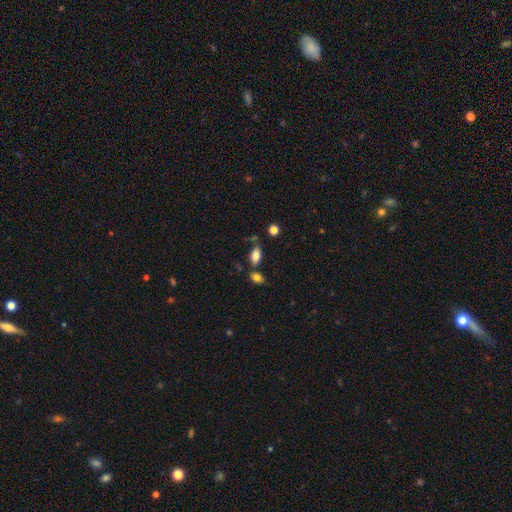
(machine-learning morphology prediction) A smooth galaxy with no disk features (81%) that is in between round and cigar-shaped (90%).

Vote fractions:
- Smooth or featured? smooth: 81% / featured or disk: 11% / star or artifact: 9%
- How rounded? in between: 90% / round: 5% / cigar-shaped: 5%
- Merging? none: 67% / minor disturbance: 14% / merger: 14% / major disturbance: 4%